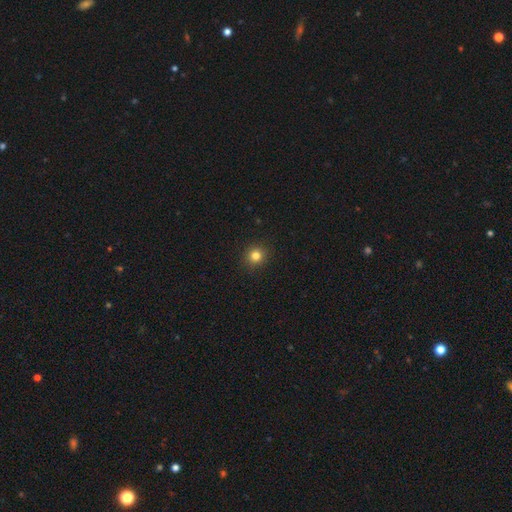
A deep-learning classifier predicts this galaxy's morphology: A smooth galaxy with no disk features (80%) that is round (91%).

Vote fractions:
- Smooth or featured? smooth: 80% / star or artifact: 14% / featured or disk: 6%
- How rounded? round: 91% / in between: 8% / cigar-shaped: 1%
- Merging? none: 92% / minor disturbance: 5% / major disturbance: 2% / merger: 1%